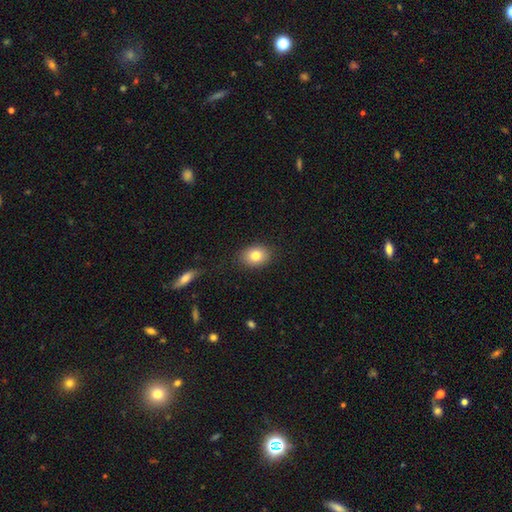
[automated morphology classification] Overall: smooth (81%). How rounded: in between (62%; round 37%). Merging: none (87%).